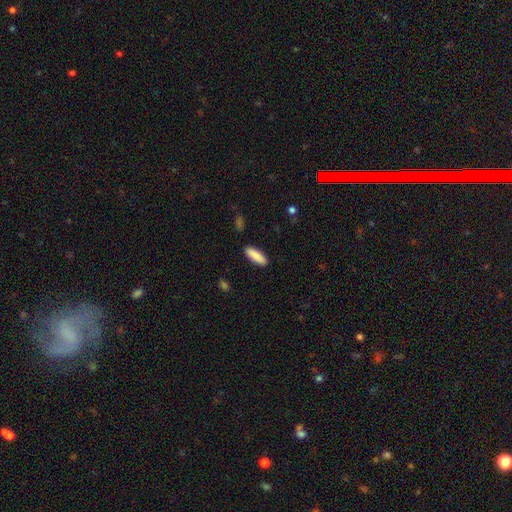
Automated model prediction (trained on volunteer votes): Overall: smooth (87%). How rounded: in between (52%; cigar-shaped 46%). Merging: none (89%).